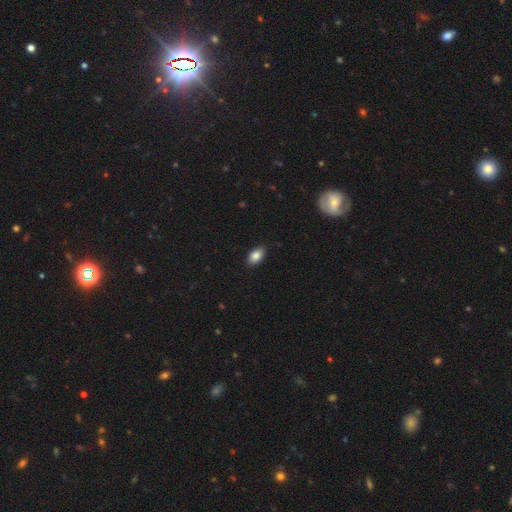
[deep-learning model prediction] Overall: smooth (87%). How rounded: in between (91%). Merging: none (88%).